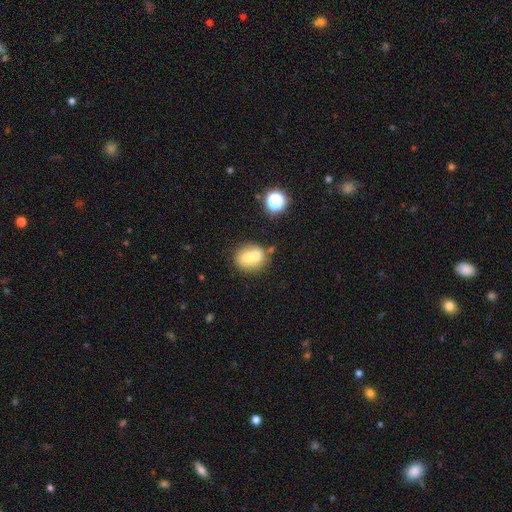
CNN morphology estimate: This appears to be a smooth galaxy with no disk features (66%) that is round (74%). Merging: merger (49%).